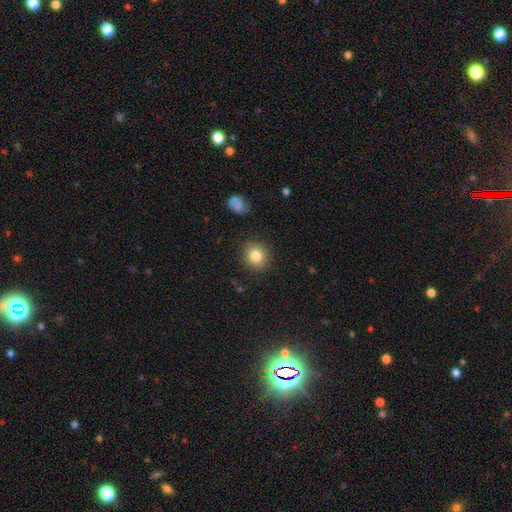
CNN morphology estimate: The model was most divided on "how rounded": round: 77%, in between: 22%, cigar-shaped: 1%. More confident: merging — none (87%); smooth or featured — smooth (83%).